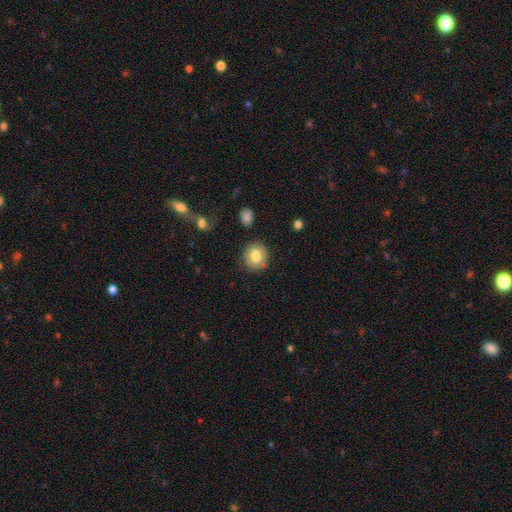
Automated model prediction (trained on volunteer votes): A smooth galaxy with no disk features (79%) that is round (82%). Merging: none (83%).